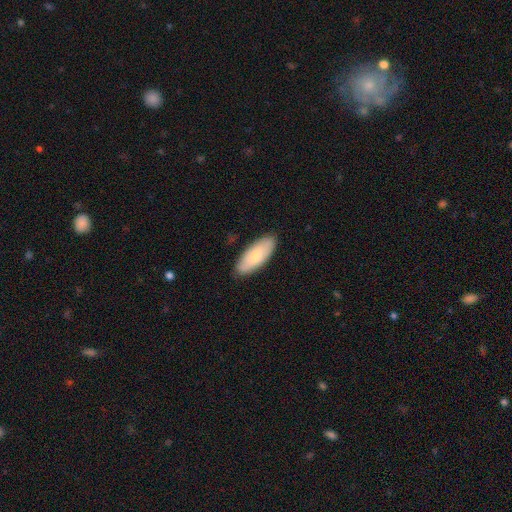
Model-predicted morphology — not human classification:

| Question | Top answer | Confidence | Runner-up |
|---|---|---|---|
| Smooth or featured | smooth | 74% | featured or disk (20%) |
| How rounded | in between | 80% | cigar-shaped (18%) |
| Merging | none | 87% | minor disturbance (10%) |